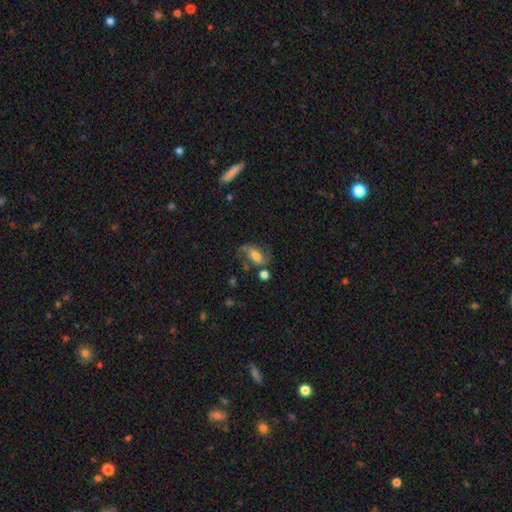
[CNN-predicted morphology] Smooth or featured? Predicted: featured or disk (p=0.66). Edge-on disk? Predicted: no (p=0.95). Bar? Predicted: weak (p=0.40). Spiral arms? Predicted: yes (p=0.89). Spiral winding? Predicted: loose (p=0.47). Spiral arm count? Predicted: 2 (p=0.88). Bulge size? Predicted: moderate (p=0.49). Merging? Predicted: none (p=0.58).